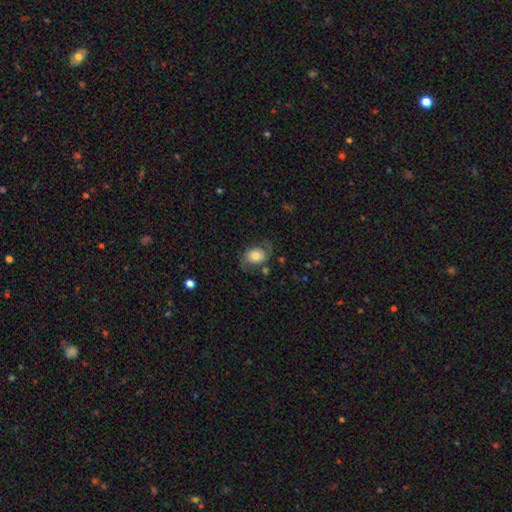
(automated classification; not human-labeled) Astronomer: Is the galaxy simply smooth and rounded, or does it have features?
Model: smooth — 58% (runner-up: featured or disk, 34%).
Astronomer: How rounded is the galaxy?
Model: in between — 64%.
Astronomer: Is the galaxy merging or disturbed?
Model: none — 63%.